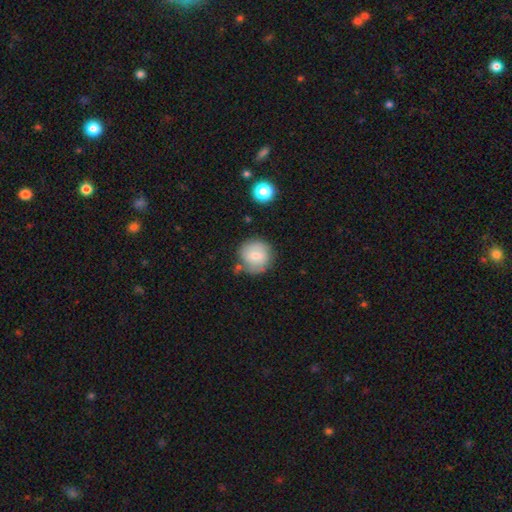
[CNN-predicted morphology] Smooth or featured? Predicted: smooth (p=0.75). How rounded? Predicted: round (p=0.91). Merging? Predicted: none (p=0.72).